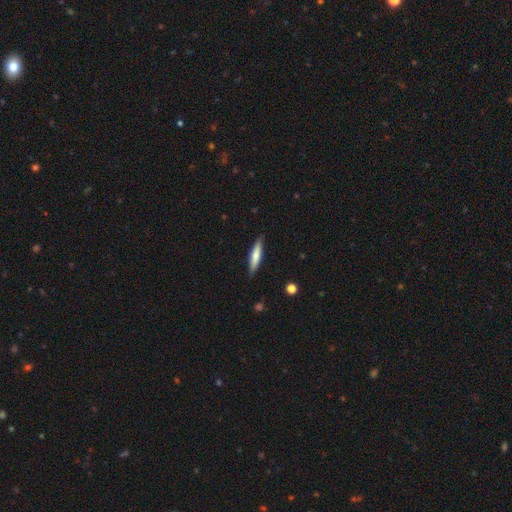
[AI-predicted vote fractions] This is likely a smooth galaxy (69%). How rounded: clearly cigar-shaped (85%). Merging: clearly none (88%).